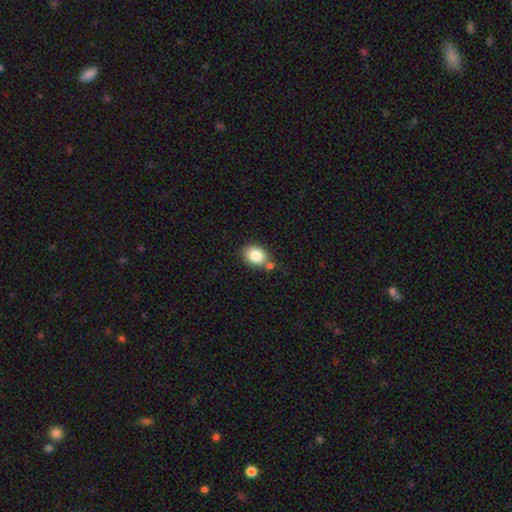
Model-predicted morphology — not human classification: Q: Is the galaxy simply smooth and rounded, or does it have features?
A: smooth — 83%.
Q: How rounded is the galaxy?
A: in between — 63%.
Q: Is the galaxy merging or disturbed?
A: none — 66%.